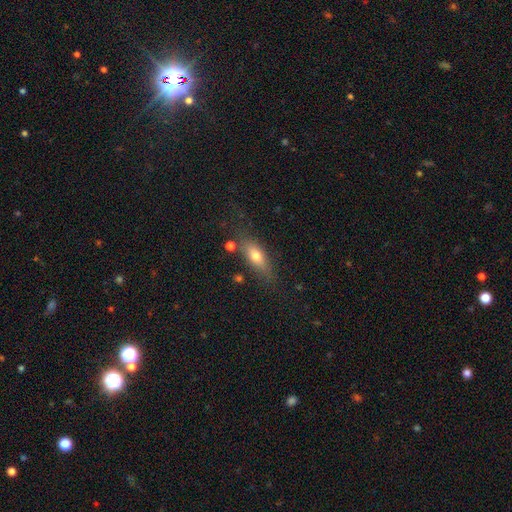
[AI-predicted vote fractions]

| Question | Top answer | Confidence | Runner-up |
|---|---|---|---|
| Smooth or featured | smooth | 67% | featured or disk (24%) |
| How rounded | in between | 65% | cigar-shaped (30%) |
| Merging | none | 70% | minor disturbance (18%) |